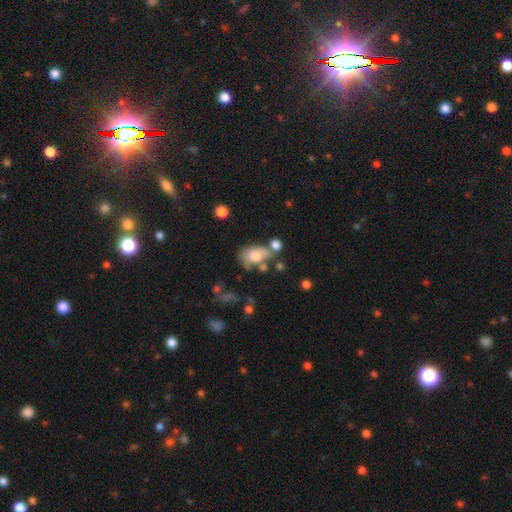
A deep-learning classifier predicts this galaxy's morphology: A smooth galaxy with no disk features (72%) that is in between round and cigar-shaped (86%).

Vote fractions:
- Smooth or featured? smooth: 72% / featured or disk: 19% / star or artifact: 9%
- How rounded? in between: 86% / round: 12% / cigar-shaped: 2%
- Merging? none: 40% / merger: 24% / minor disturbance: 23% / major disturbance: 14%